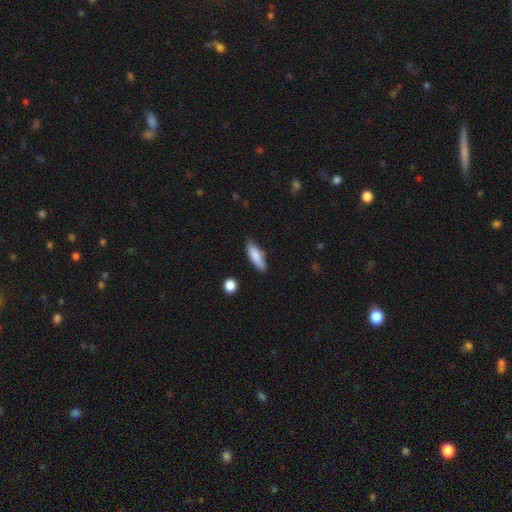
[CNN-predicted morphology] Q: Smooth or featured?
A: smooth (83%); runner-up: featured or disk (11%)
Q: How rounded?
A: cigar-shaped (51%); runner-up: in between (47%)
Q: Merging?
A: none (79%); runner-up: minor disturbance (16%)